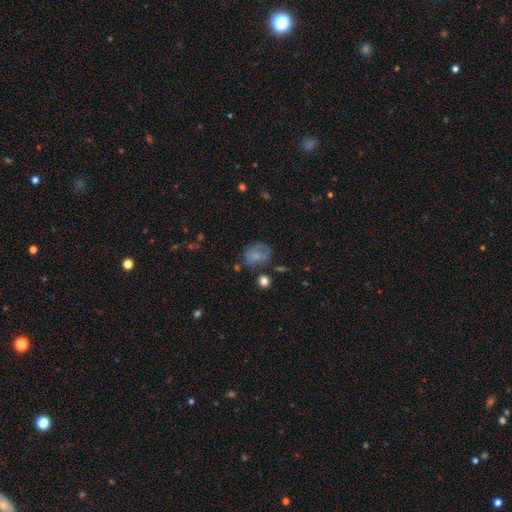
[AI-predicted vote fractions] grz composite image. It shows a smooth galaxy with no disk features (55%) that is round (54%). Merging: none (47%).